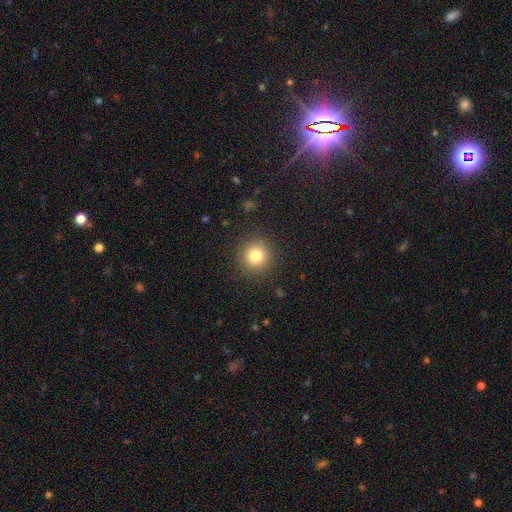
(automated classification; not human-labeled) The model was most divided on "smooth or featured": smooth: 80%, star or artifact: 12%, featured or disk: 8%. More confident: how rounded — round (93%); merging — none (90%).